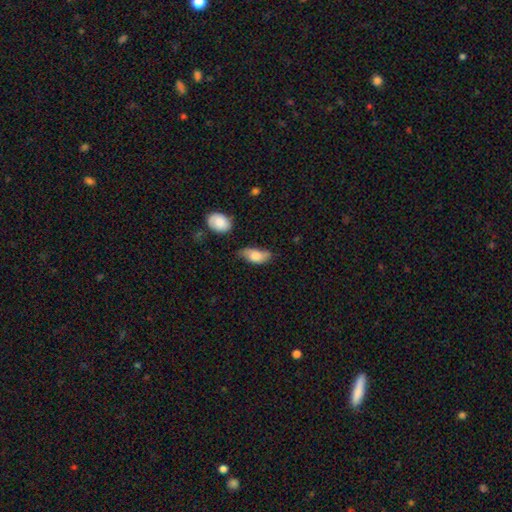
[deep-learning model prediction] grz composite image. It shows a smooth galaxy with no disk features (76%) that is in between round and cigar-shaped (88%). Merging: none (48%).